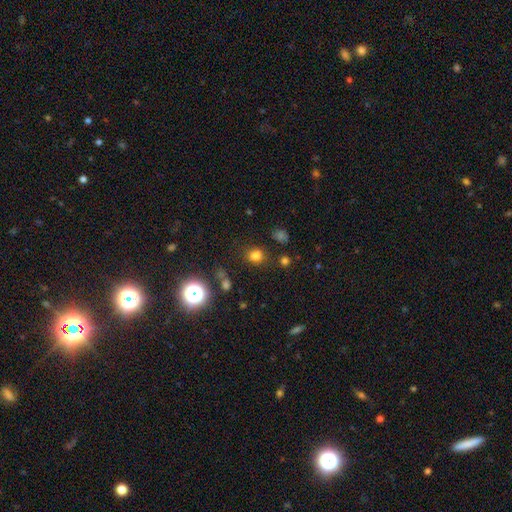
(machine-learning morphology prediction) Smooth or featured? Predicted: smooth (p=0.73). How rounded? Predicted: round (p=0.75). Merging? Predicted: none (p=0.79).